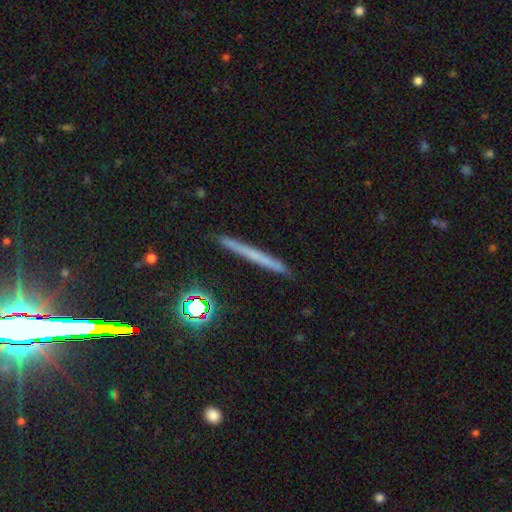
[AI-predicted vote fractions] The model was most divided on "smooth or featured": smooth: 47%, featured or disk: 39%, star or artifact: 13%. More confident: merging — none (91%).